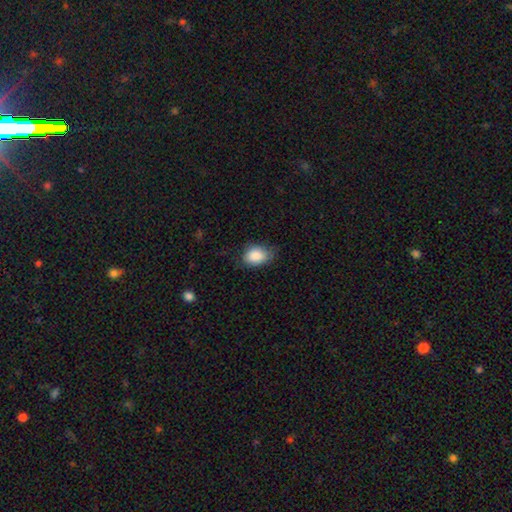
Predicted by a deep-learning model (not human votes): Smooth or featured? smooth (87%)
How rounded? in between (77%)
Merging? none (65%)